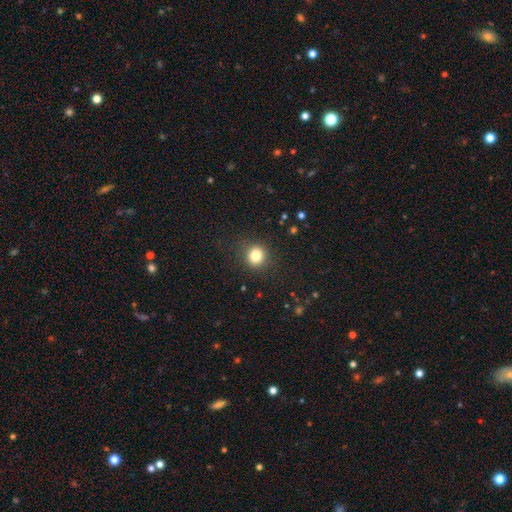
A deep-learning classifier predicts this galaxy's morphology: Overall: smooth (82%). How rounded: round (85%). Merging: none (88%).